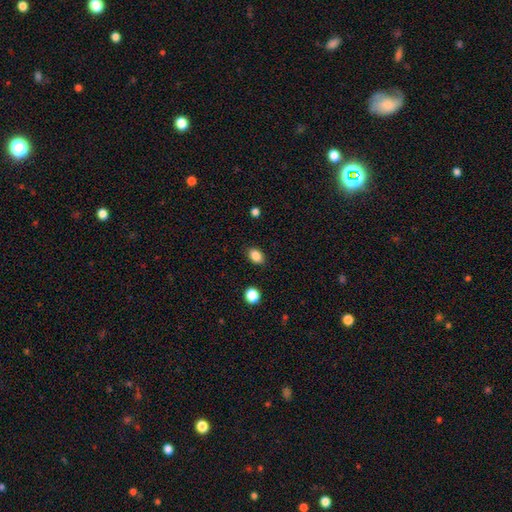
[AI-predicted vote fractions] Smooth or featured?
  - smooth: 86% *
  - star or artifact: 10%
  - featured or disk: 4%
How rounded?
  - in between: 75% *
  - round: 24%
  - cigar-shaped: 1%
Merging?
  - none: 87% *
  - minor disturbance: 9%
  - major disturbance: 3%
  - merger: 1%